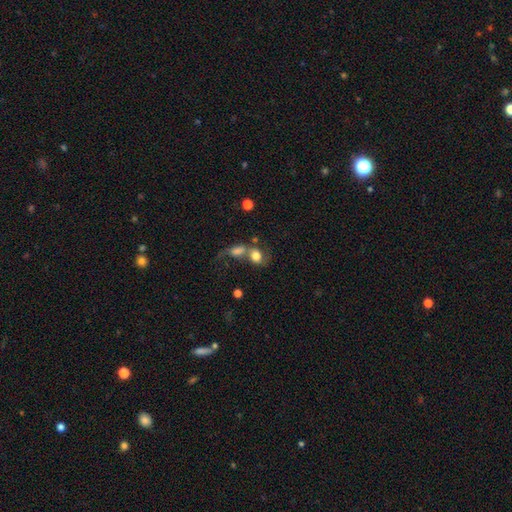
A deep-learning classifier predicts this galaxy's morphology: Overall: smooth (72%). How rounded: in between (49%, tied with round). Merging: merger (63%).